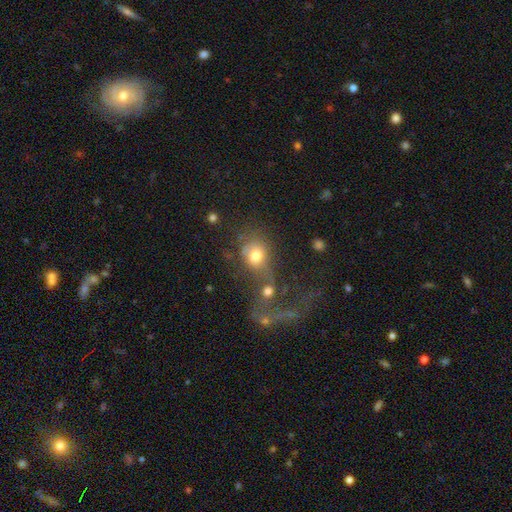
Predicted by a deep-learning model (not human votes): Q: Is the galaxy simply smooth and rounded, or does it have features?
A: smooth — 69%.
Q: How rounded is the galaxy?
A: round — 55%.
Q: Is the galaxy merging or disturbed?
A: merger — 49%.